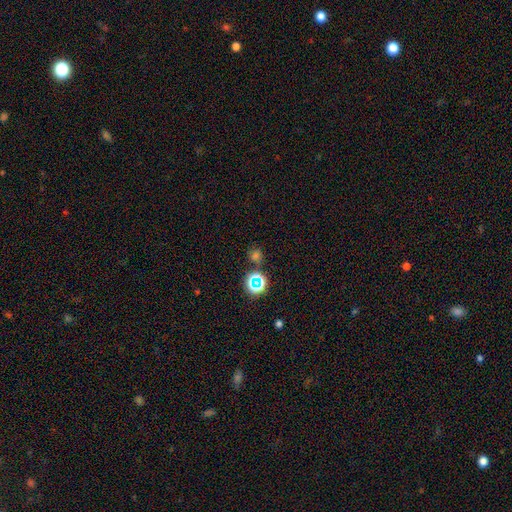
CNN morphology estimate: smooth-or-featured: smooth: 46% (tied) | star or artifact: 46% (tied) | featured or disk: 8%
  merging: none: 77% | merger: 12% | minor disturbance: 8% | major disturbance: 4%